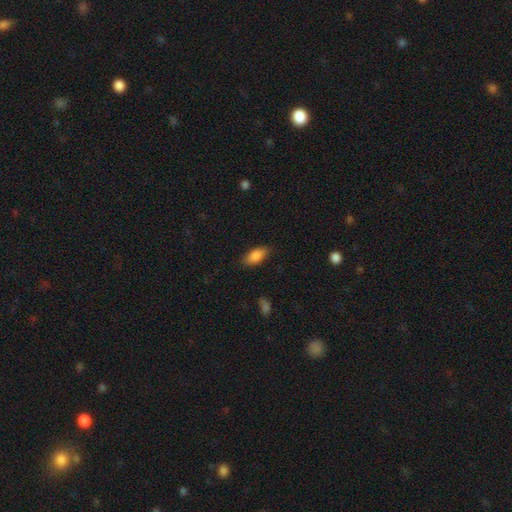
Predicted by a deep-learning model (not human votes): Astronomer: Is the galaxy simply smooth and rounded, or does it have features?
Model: smooth — 84%.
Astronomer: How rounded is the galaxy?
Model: in between — 88%.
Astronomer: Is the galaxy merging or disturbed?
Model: none — 81%.